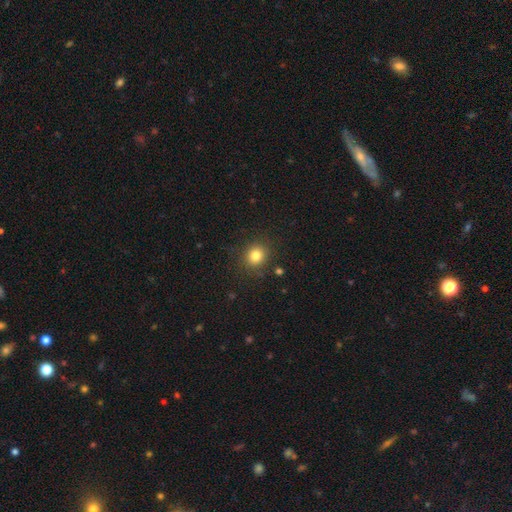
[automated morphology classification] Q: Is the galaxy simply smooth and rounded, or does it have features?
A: smooth — 81%.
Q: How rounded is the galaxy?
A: round — 82%.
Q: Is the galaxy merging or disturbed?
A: none — 87%.